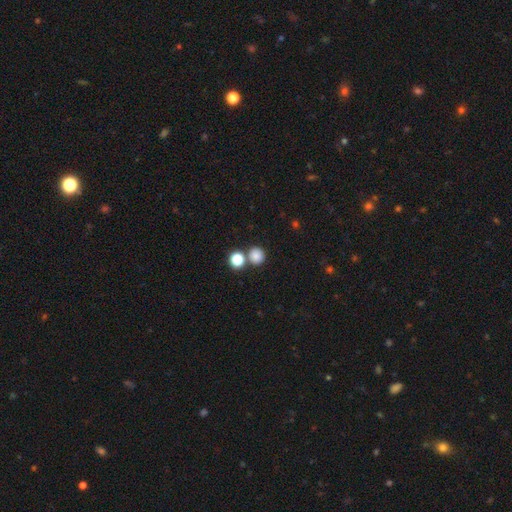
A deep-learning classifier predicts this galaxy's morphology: The model was most divided on "merging": none: 72%, merger: 18%, minor disturbance: 7%, major disturbance: 3%. More confident: how rounded — round (90%); smooth or featured — smooth (82%).